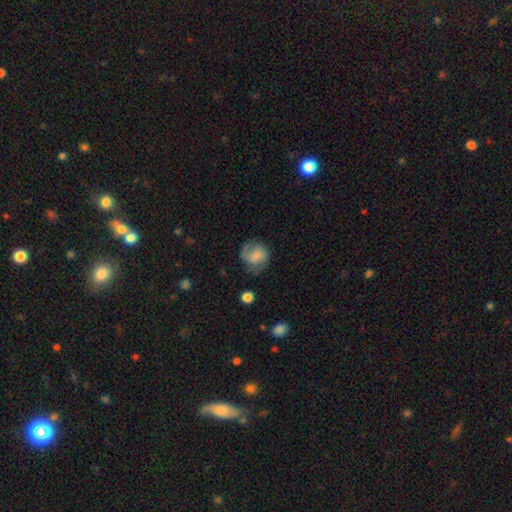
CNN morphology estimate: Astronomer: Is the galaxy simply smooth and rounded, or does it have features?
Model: smooth — 53% (runner-up: featured or disk, 39%).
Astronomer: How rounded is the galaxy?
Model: round — 73%.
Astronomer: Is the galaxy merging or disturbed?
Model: none — 58%.